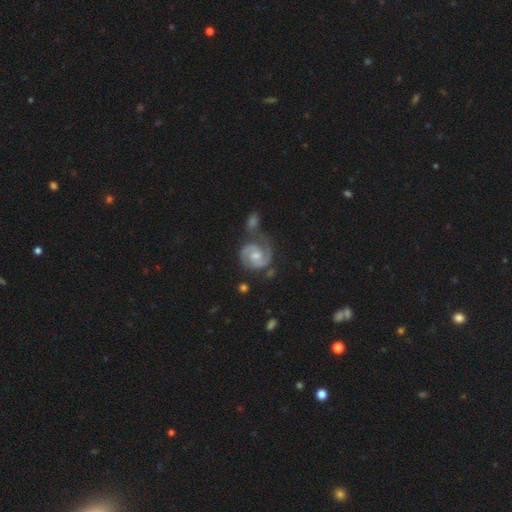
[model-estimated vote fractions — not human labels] Smooth or featured? Predicted: featured or disk (p=0.87). Edge-on disk? Predicted: no (p=0.98). Bar? Predicted: no (p=0.52). Spiral arms? Predicted: yes (p=0.97). Spiral winding? Predicted: tight (p=0.48). Spiral arm count? Predicted: 2 (p=0.87). Bulge size? Predicted: moderate (p=0.50). Merging? Predicted: none (p=0.54).